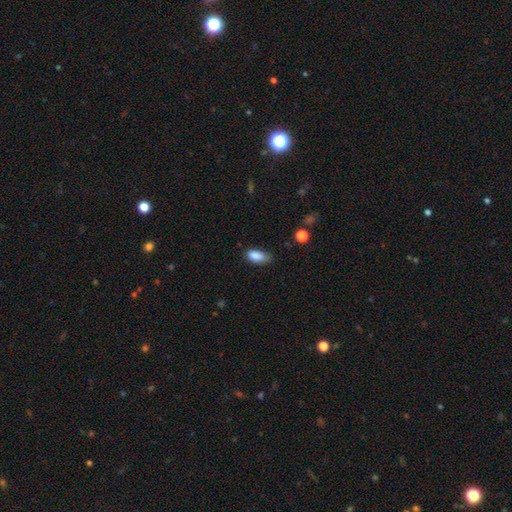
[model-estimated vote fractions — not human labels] Smooth or featured?
  - smooth: 87% *
  - star or artifact: 8%
  - featured or disk: 5%
How rounded?
  - in between: 90% *
  - cigar-shaped: 7%
  - round: 4%
Merging?
  - none: 63% *
  - minor disturbance: 29%
  - major disturbance: 6%
  - merger: 2%